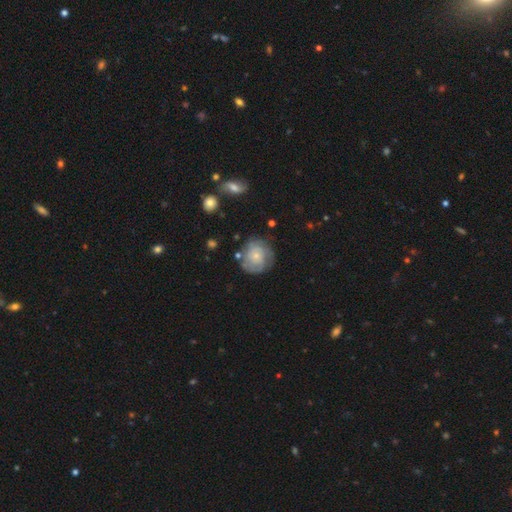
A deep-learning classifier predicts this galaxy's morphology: Smooth or featured? featured or disk (60%)
Edge-on disk? no (97%)
Bar? no (82%)
Spiral arms? yes (81%)
Bulge size? small (74%)
Merging? none (69%)